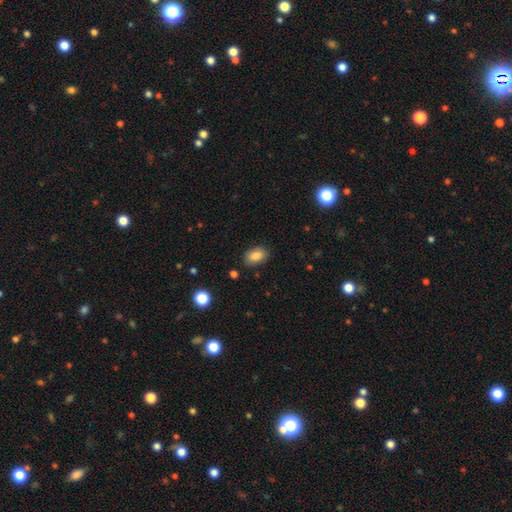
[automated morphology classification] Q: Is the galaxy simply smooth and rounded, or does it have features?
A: smooth — 85%.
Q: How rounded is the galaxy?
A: in between — 86%.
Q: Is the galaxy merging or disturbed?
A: none — 86%.